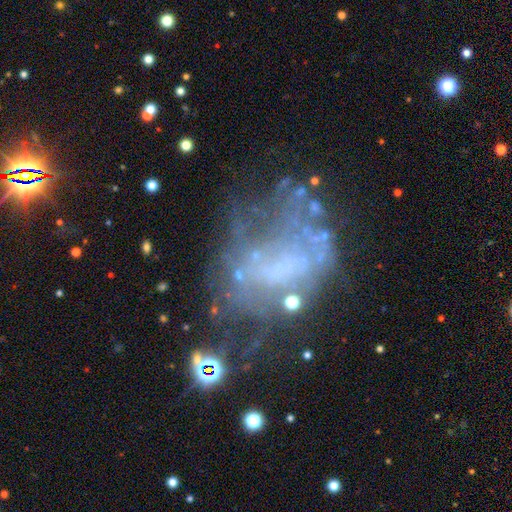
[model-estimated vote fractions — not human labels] Q: Smooth or featured?
A: featured or disk (64%); runner-up: smooth (18%)
Q: Edge-on disk?
A: no (97%); runner-up: yes (3%)
Q: Bar?
A: no (80%); runner-up: weak (15%)
Q: Spiral arms?
A: no (62%); runner-up: yes (38%)
Q: Bulge size?
A: none (70%); runner-up: small (16%)
Q: Merging?
A: none (40%); runner-up: major disturbance (32%)